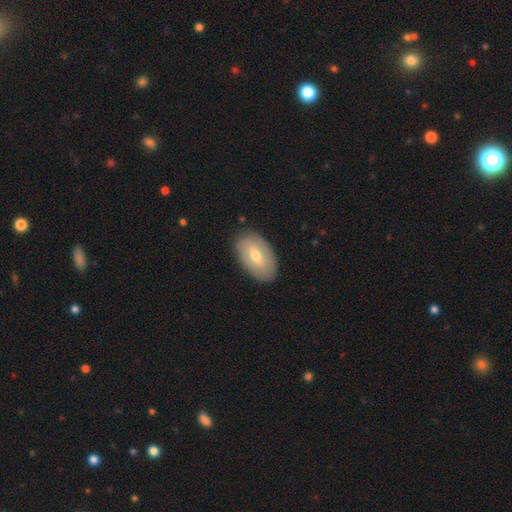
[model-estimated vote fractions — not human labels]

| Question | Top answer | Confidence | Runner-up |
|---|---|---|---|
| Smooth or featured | smooth | 53% | featured or disk (41%) |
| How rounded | in between | 93% | round (5%) |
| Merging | none | 85% | minor disturbance (11%) |